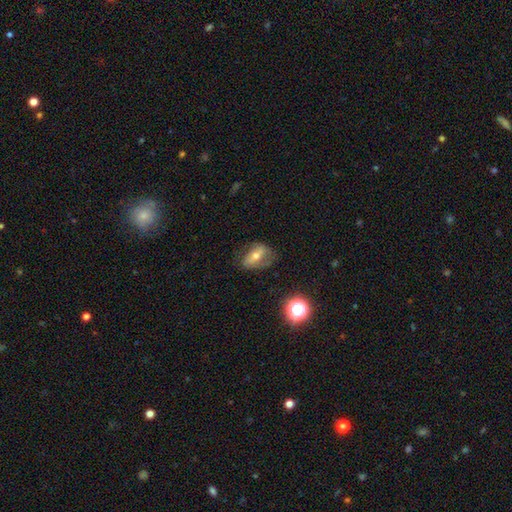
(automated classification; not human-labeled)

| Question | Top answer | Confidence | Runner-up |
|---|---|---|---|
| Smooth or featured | featured or disk | 47% | smooth (42%) |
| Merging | none | 60% | minor disturbance (25%) |